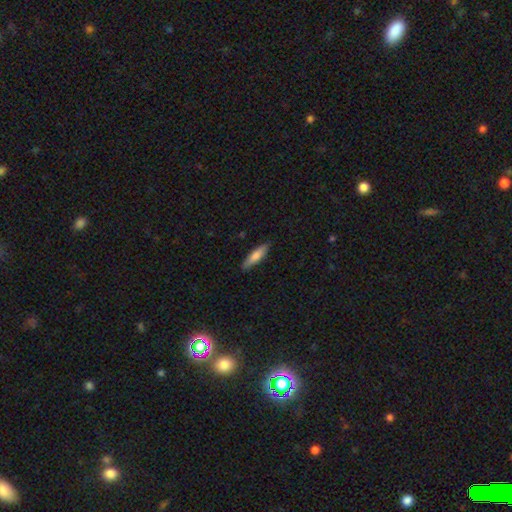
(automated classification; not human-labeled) Overall: smooth (72%). How rounded: cigar-shaped (74%). Merging: none (87%).